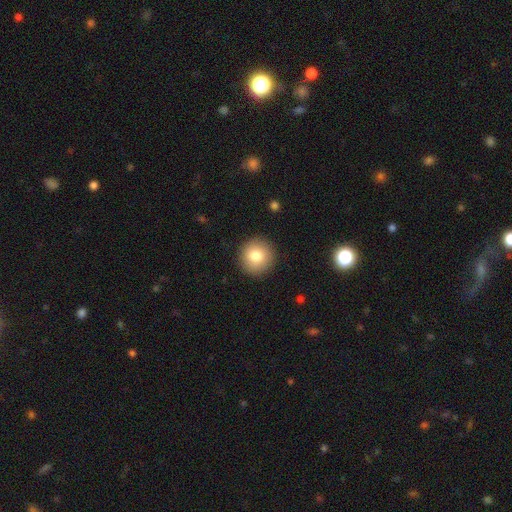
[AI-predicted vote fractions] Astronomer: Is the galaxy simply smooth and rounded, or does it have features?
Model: smooth — 81%.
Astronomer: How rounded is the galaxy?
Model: round — 94%.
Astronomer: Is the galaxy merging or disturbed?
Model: none — 92%.